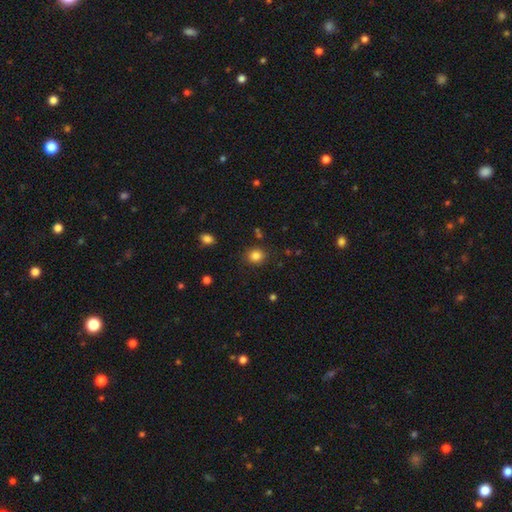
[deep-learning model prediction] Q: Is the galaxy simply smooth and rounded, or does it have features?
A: smooth — 83%.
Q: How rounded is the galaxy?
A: round — 78%.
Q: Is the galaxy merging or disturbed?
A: none — 85%.